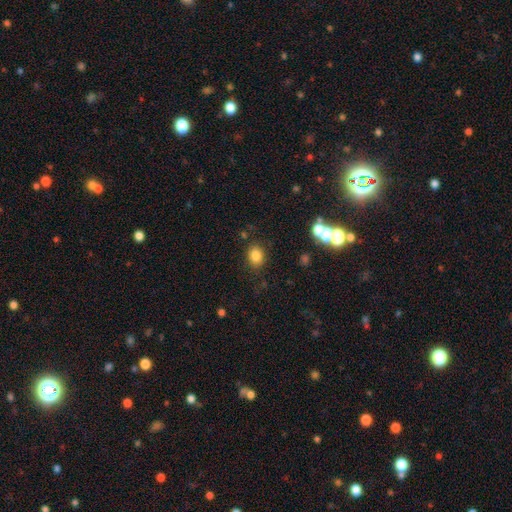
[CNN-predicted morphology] Overall: smooth (81%). How rounded: in between (53%; round 47%). Merging: none (83%).